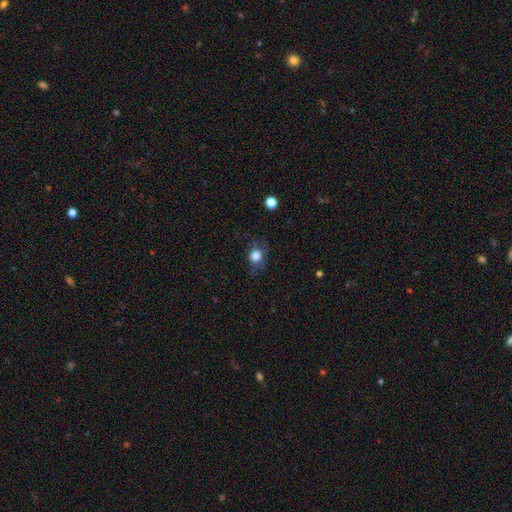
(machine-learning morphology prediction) smooth-or-featured: smooth: 80% | star or artifact: 11% | featured or disk: 9%
  how-rounded: round: 65% | in between: 34% | cigar-shaped: 1%
  merging: none: 72% | minor disturbance: 19% | major disturbance: 7% | merger: 1%